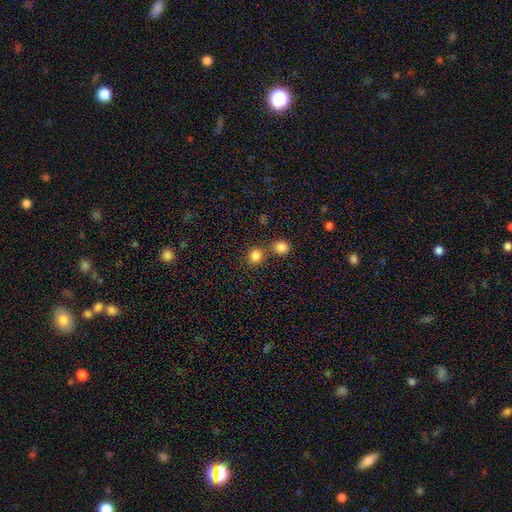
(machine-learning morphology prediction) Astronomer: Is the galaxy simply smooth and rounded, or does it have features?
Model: smooth — 83%.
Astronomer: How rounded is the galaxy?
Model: round — 87%.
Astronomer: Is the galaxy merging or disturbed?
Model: none — 68%.